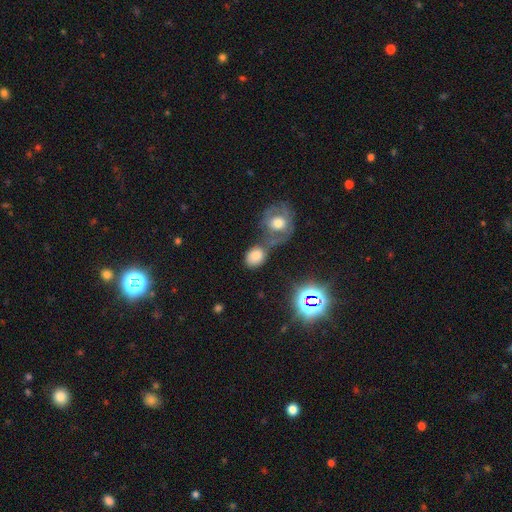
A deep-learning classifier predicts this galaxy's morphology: The model was most divided on "merging": none: 44%, merger: 34%, minor disturbance: 15%, major disturbance: 7%. More confident: smooth or featured — smooth (73%); how rounded — in between (56%).